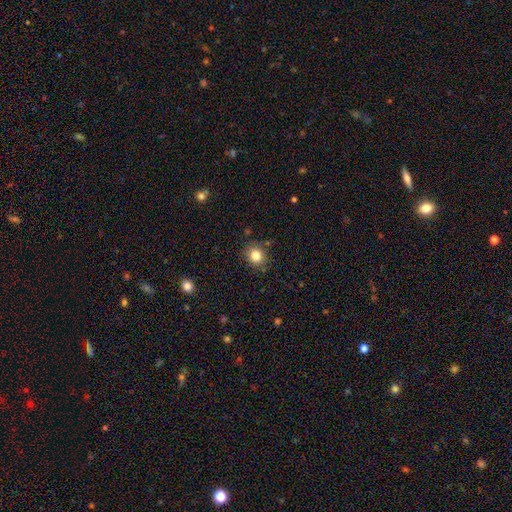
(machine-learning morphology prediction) type=smooth (83%); roundness=round (72%); merging=none (85%).